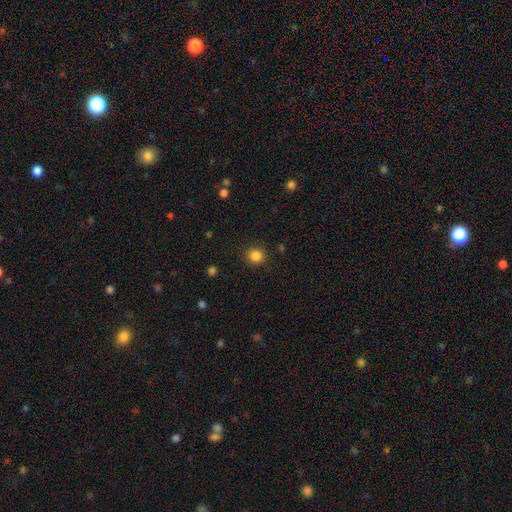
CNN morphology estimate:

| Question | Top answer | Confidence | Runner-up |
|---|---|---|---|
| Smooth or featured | smooth | 84% | star or artifact (12%) |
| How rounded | round | 91% | in between (8%) |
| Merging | none | 89% | minor disturbance (7%) |